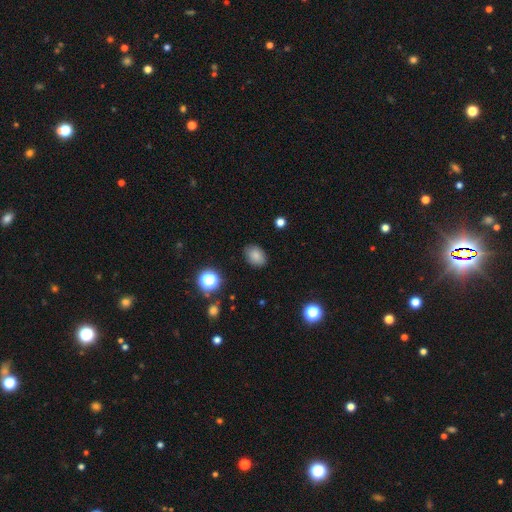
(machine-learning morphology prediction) smooth_or_featured: smooth (p=0.82) [alt: star or artifact p=0.11]
how_rounded: in between (p=0.71) [alt: round p=0.28]
merging: none (p=0.85) [alt: minor disturbance p=0.11]